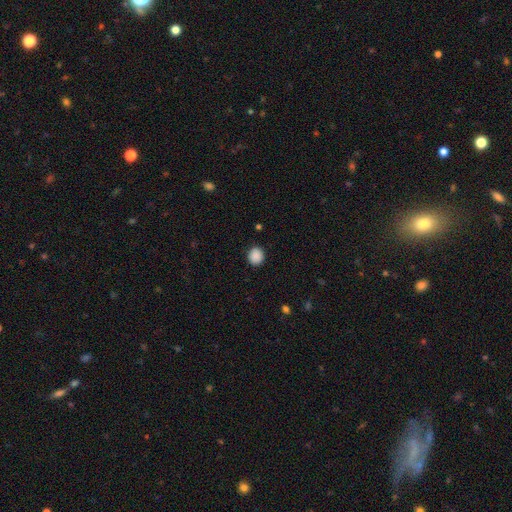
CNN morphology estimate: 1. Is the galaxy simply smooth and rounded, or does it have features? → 89% smooth, 9% star or artifact, 2% featured or disk.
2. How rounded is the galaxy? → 76% round, 23% in between, 1% cigar-shaped.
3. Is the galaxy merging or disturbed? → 88% none, 8% minor disturbance, 2% major disturbance, 1% merger.